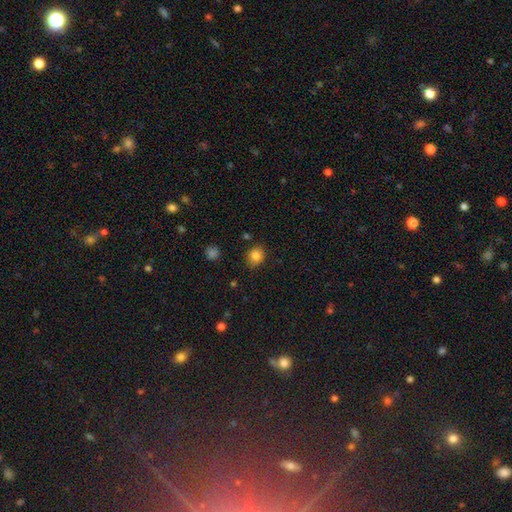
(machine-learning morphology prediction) This appears to be a smooth galaxy with no disk features (83%) that is round (69%). Merging: none (85%).